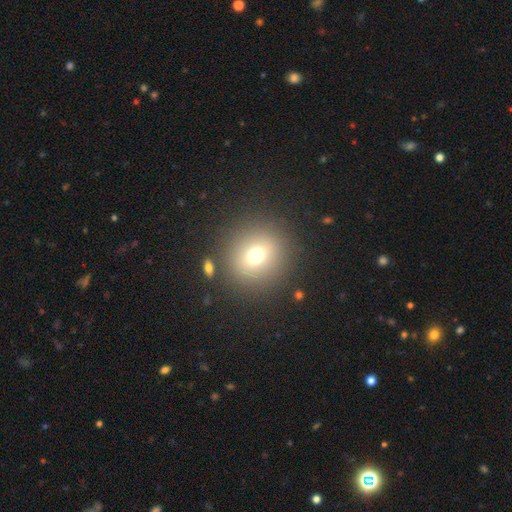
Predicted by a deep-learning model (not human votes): A smooth galaxy with no disk features (70%) that is round (90%). Merging: none (85%).